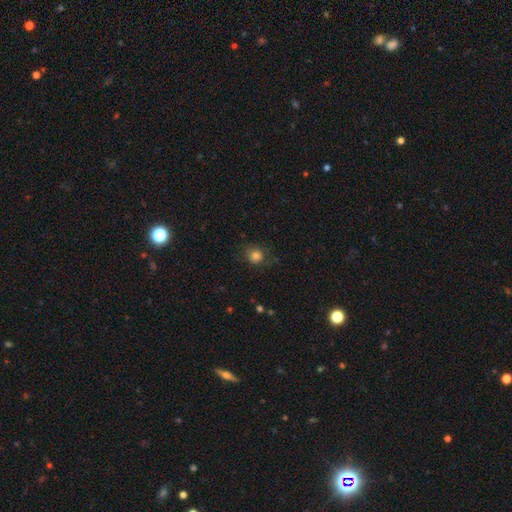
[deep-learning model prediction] Overall: smooth (80%). How rounded: round (83%). Merging: none (73%).